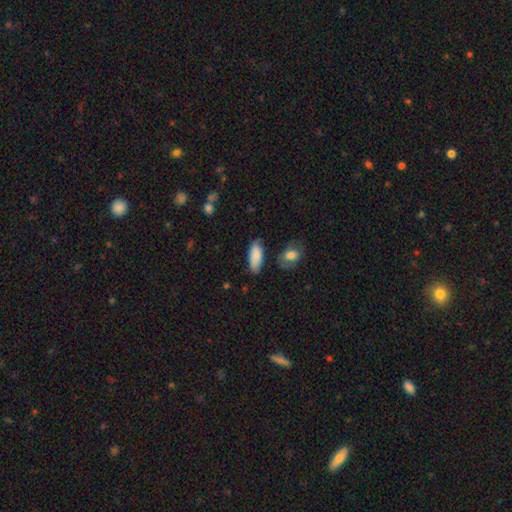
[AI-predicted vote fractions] Smooth or featured? smooth (86%)
How rounded? in between (79%)
Merging? none (76%)